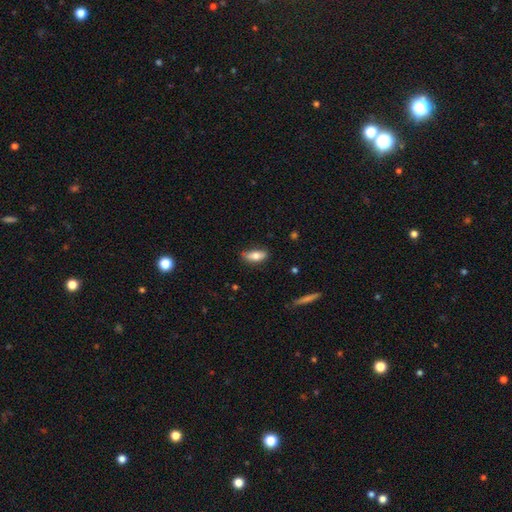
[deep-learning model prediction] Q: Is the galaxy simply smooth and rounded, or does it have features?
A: smooth — 76%.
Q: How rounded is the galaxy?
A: in between — 78%.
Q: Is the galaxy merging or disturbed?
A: none — 76%.